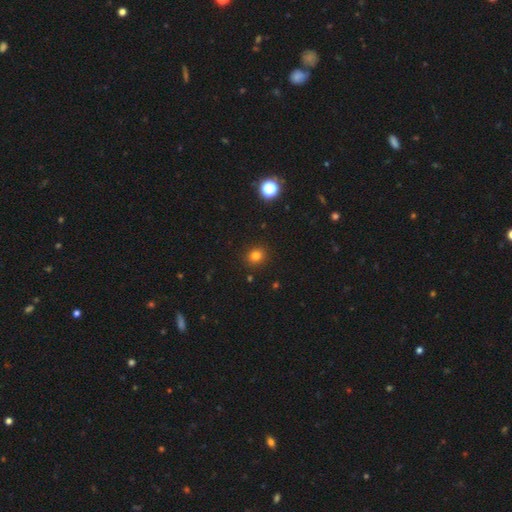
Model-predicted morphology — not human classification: A smooth galaxy with no disk features (79%) that is round (83%). Merging: none (90%).